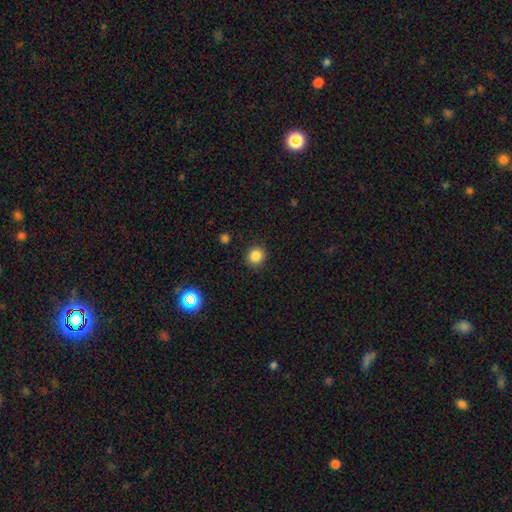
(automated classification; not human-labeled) smooth 85%, star or artifact 11%, featured or disk 4%. Down the decision tree: how rounded — round (89%); merging — none (90%).